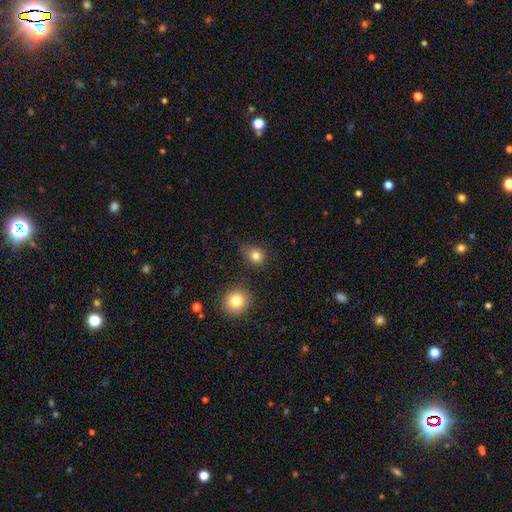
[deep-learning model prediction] smooth-or-featured: smooth: 82% | star or artifact: 13% | featured or disk: 6%
  how-rounded: round: 75% | in between: 24% | cigar-shaped: 1%
  merging: none: 75% | minor disturbance: 17% | major disturbance: 4% | merger: 4%